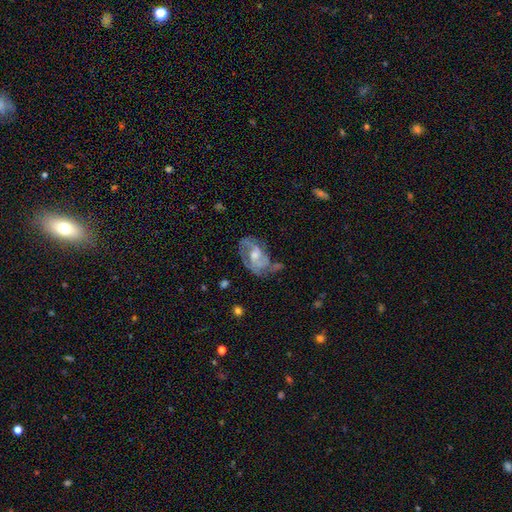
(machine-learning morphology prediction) A featured or disk galaxy (74%) with no bar (56%), 2 (54%) medium (46%) spiral arms (79%) and a moderate central bulge (54%).

Vote fractions:
- Smooth or featured? featured or disk: 74% / smooth: 19% / star or artifact: 7%
- Edge-on disk? no: 97% / yes: 3%
- Bar? no: 56% / weak: 37% / strong: 7%
- Spiral arms? yes: 79% / no: 21%
- Spiral winding? medium: 46% / tight: 29% / loose: 25%
- Spiral arm count? 2: 54% / can't tell: 24% / 3: 10% / 1: 7% / 4: 3% / more than 4: 2%
- Bulge size? moderate: 54% / small: 30% / large: 8% / none: 7% / dominant: 1%
- Merging? none: 38% / major disturbance: 29% / minor disturbance: 28% / merger: 6%